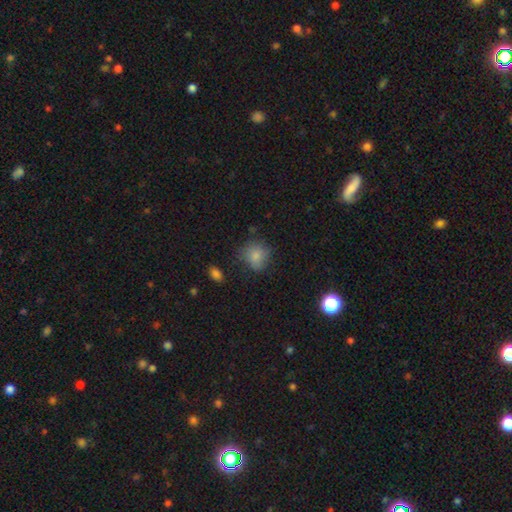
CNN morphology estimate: Smooth or featured: smooth — 80% (star or artifact — 10%)
How rounded: round — 72% (in between — 27%)
Merging: none — 62% (minor disturbance — 26%)